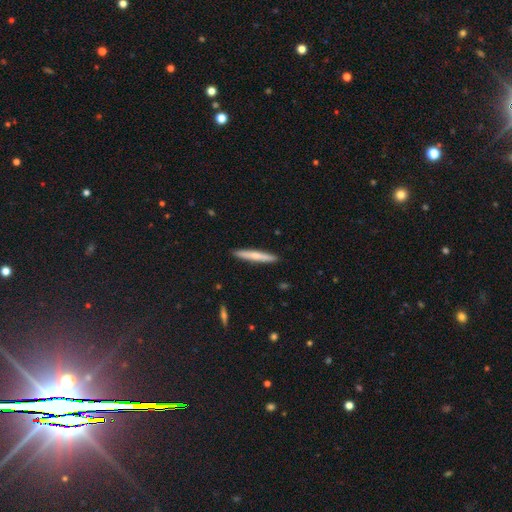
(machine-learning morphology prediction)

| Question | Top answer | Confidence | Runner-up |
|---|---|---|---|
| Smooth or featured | smooth | 60% | featured or disk (35%) |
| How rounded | cigar-shaped | 95% | in between (4%) |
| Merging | none | 91% | minor disturbance (6%) |